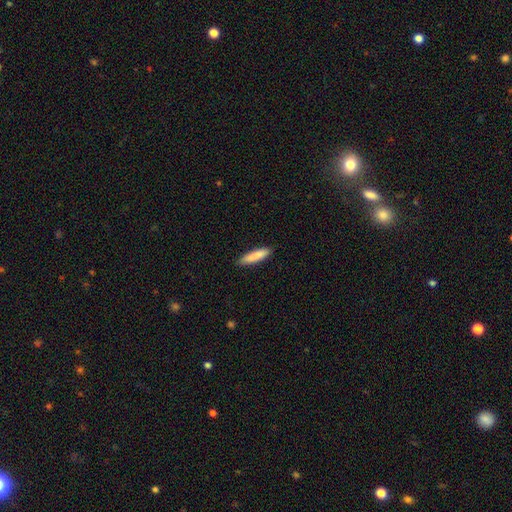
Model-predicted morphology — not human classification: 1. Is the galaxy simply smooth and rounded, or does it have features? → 86% smooth, 8% featured or disk, 6% star or artifact.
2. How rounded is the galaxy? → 80% cigar-shaped, 19% in between, 1% round.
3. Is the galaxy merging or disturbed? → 88% none, 9% minor disturbance, 2% major disturbance, 1% merger.